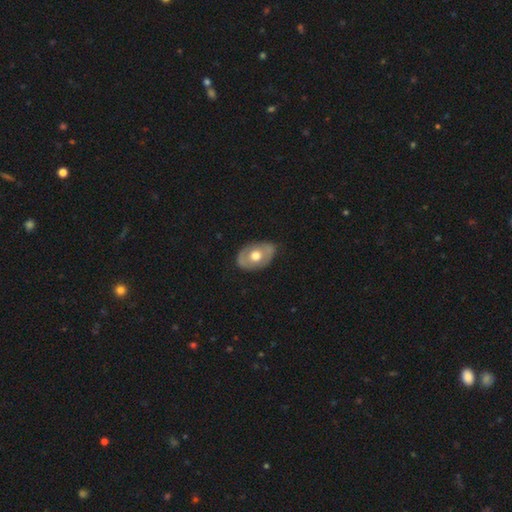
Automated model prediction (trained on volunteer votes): Q: Smooth or featured?
A: featured or disk (48%); runner-up: smooth (46%)
Q: Merging?
A: none (76%); runner-up: minor disturbance (18%)